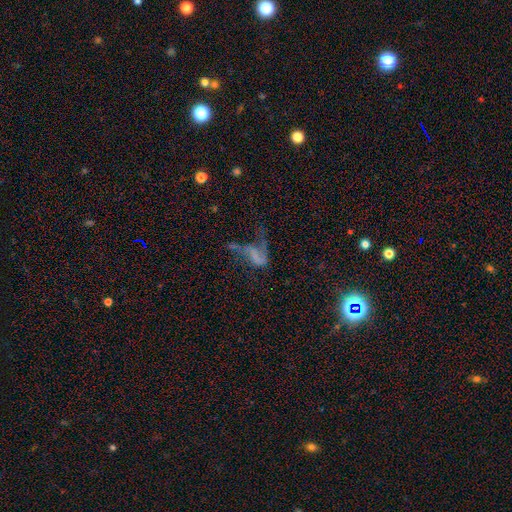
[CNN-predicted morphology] smooth-or-featured: featured or disk: 51% | smooth: 31% | star or artifact: 18%
  disk-edge-on: no: 96% | yes: 4%
  merging: major disturbance: 52% | none: 20% | merger: 14% | minor disturbance: 14%